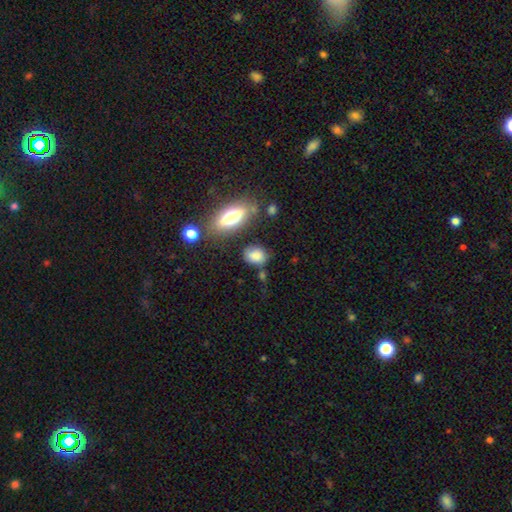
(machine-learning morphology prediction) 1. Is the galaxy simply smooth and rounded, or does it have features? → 80% smooth, 10% star or artifact, 10% featured or disk.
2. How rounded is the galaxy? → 58% in between, 39% round, 3% cigar-shaped.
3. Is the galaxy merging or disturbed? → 62% none, 22% minor disturbance, 9% merger, 7% major disturbance.